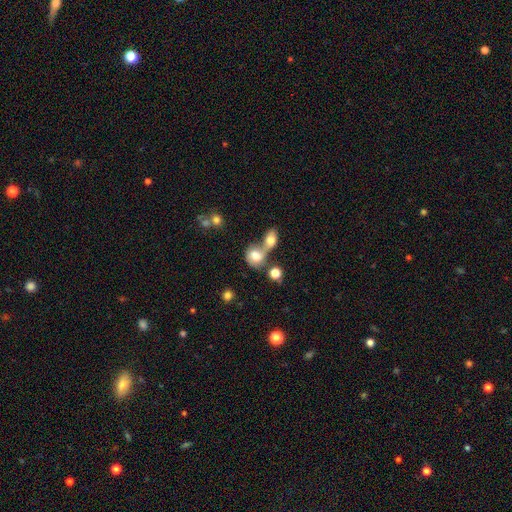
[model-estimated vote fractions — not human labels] A smooth galaxy with no disk features (71%) that is in between round and cigar-shaped (51%). Merging: merger (66%).